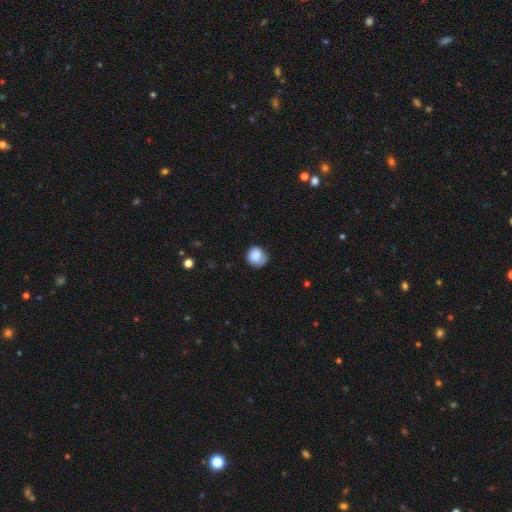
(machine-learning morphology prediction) Smooth or featured: smooth — 82% (featured or disk — 10%)
How rounded: round — 83% (in between — 16%)
Merging: none — 57% (minor disturbance — 31%)